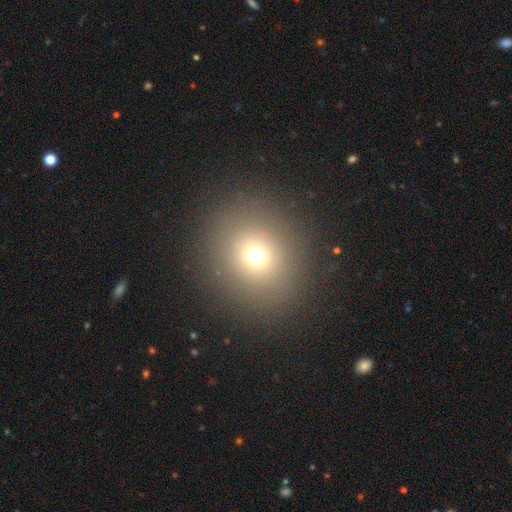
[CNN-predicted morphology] Smooth or featured: smooth — 69% (star or artifact — 20%)
How rounded: round — 80% (in between — 19%)
Merging: none — 88% (minor disturbance — 7%)